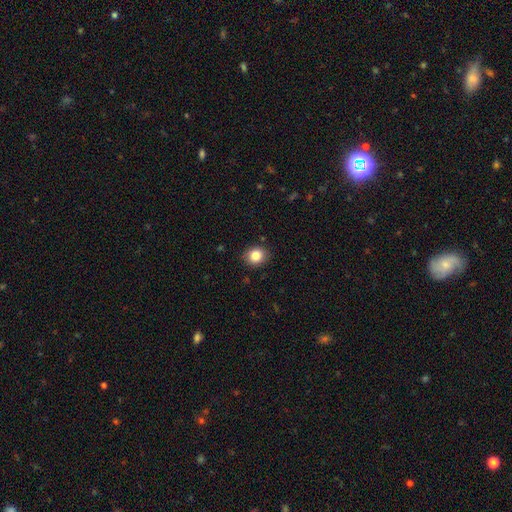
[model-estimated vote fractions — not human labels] This appears to be a smooth galaxy with no disk features (83%) that is round (72%). Merging: none (88%).